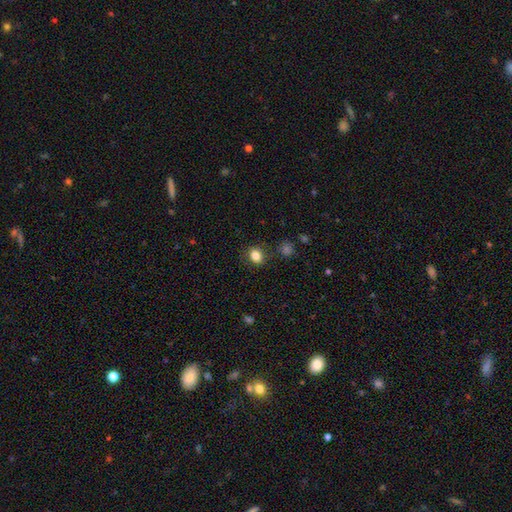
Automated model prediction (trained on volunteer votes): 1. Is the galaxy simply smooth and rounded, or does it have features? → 83% smooth, 11% star or artifact, 6% featured or disk.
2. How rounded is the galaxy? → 53% round, 46% in between, 1% cigar-shaped.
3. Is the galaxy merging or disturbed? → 84% none, 11% minor disturbance, 3% major disturbance, 2% merger.